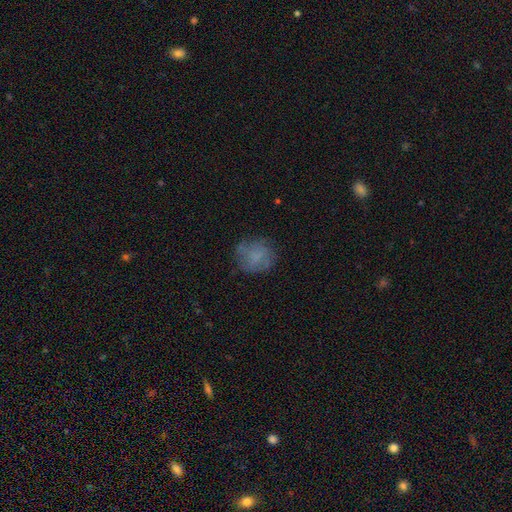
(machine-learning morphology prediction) Overall: smooth (61%; featured or disk 27%). How rounded: round (75%). Merging: none (71%).